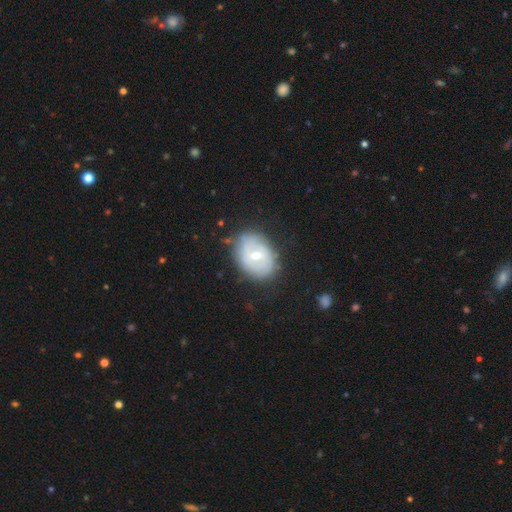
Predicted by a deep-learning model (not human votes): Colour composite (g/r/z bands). It shows a featured or disk galaxy (61%) with no bar (50%), spiral arms (55%) and a moderate central bulge (65%). Merging: none (74%).